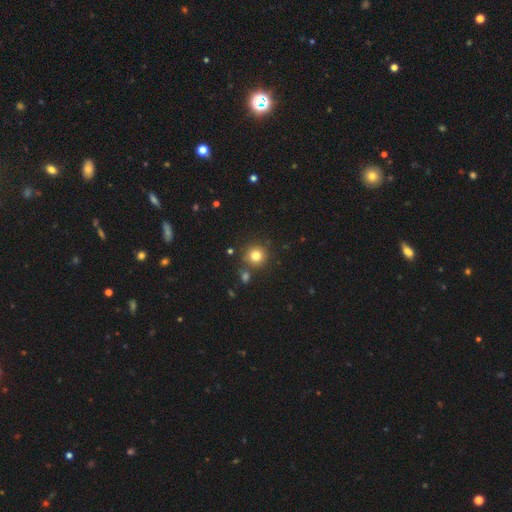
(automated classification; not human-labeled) Morphology: type=smooth (79%); roundness=round (93%); merging=none (81%).